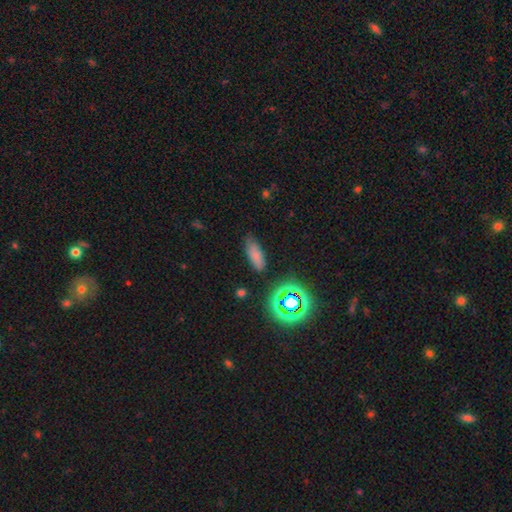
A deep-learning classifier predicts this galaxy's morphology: Smooth or featured?
  - smooth: 72% *
  - star or artifact: 18%
  - featured or disk: 11%
How rounded?
  - in between: 72% *
  - cigar-shaped: 24%
  - round: 4%
Merging?
  - none: 75% *
  - minor disturbance: 17%
  - major disturbance: 5%
  - merger: 3%